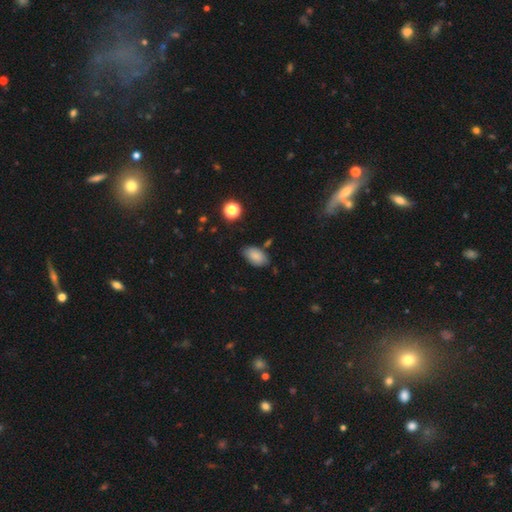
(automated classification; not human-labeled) Smooth or featured: smooth — 84% (star or artifact — 9%)
How rounded: in between — 92% (round — 6%)
Merging: none — 74% (minor disturbance — 18%)